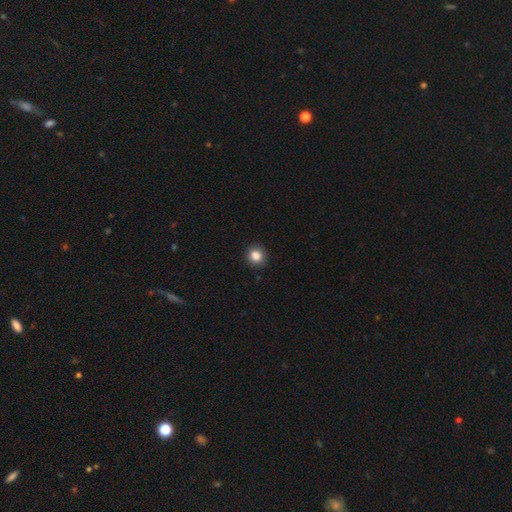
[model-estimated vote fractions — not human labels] Smooth or featured? smooth (86%)
How rounded? round (88%)
Merging? none (89%)